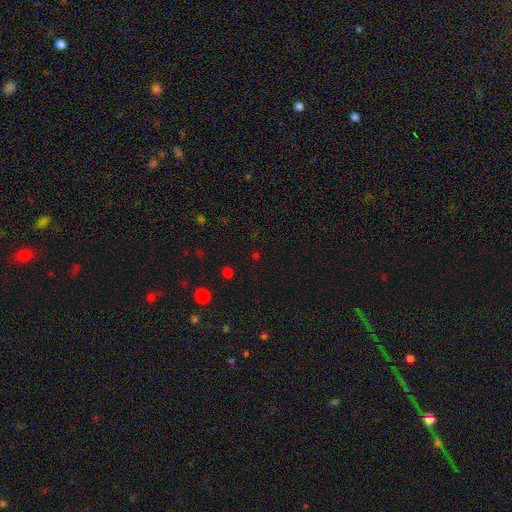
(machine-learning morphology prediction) Smooth or featured? Predicted: star or artifact (p=0.52).